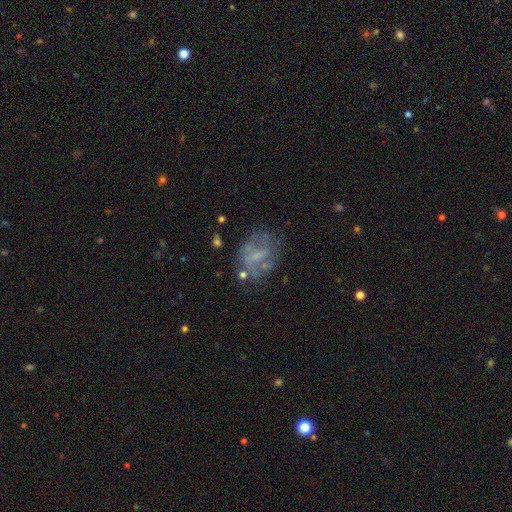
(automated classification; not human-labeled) A featured or disk galaxy (60%) with a weak bar (45%), no spiral arms (53%) and a small central bulge (48%).

Vote fractions:
- Smooth or featured? featured or disk: 60% / smooth: 28% / star or artifact: 11%
- Edge-on disk? no: 97% / yes: 3%
- Bar? weak: 45% / no: 41% / strong: 15%
- Spiral arms? no: 53% / yes: 47%
- Bulge size? small: 48% / none: 32% / moderate: 18% / large: 1% / dominant: 1%
- Merging? none: 58% / minor disturbance: 21% / major disturbance: 16% / merger: 6%